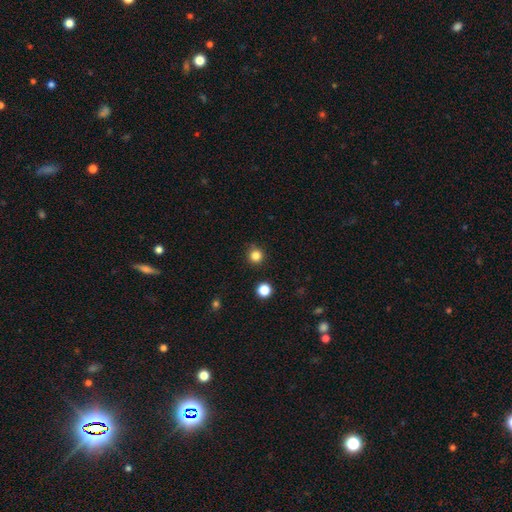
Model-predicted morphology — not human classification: smooth_or_featured: smooth (p=0.83) [alt: star or artifact p=0.13]
how_rounded: round (p=0.94) [alt: in between p=0.05]
merging: none (p=0.87) [alt: minor disturbance p=0.09]